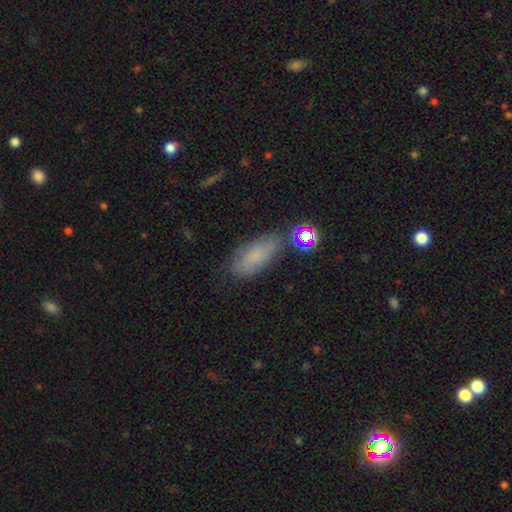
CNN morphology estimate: smooth 67%, featured or disk 19%, star or artifact 13%. Down the decision tree: how rounded — in between (81%); merging — none (60%).